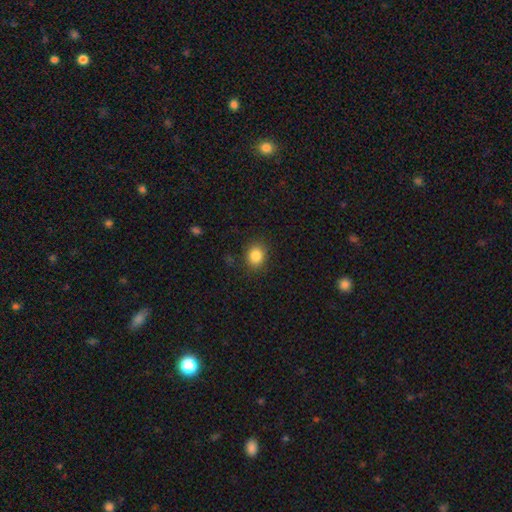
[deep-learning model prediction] Smooth or featured? smooth (85%)
How rounded? round (69%)
Merging? none (87%)